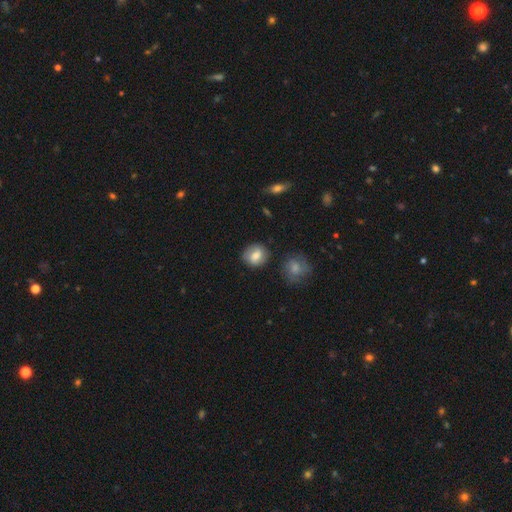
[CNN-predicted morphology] smooth-or-featured: smooth: 75% | featured or disk: 18% | star or artifact: 8%
  how-rounded: round: 68% | in between: 30% | cigar-shaped: 1%
  merging: none: 79% | minor disturbance: 13% | merger: 4% | major disturbance: 4%